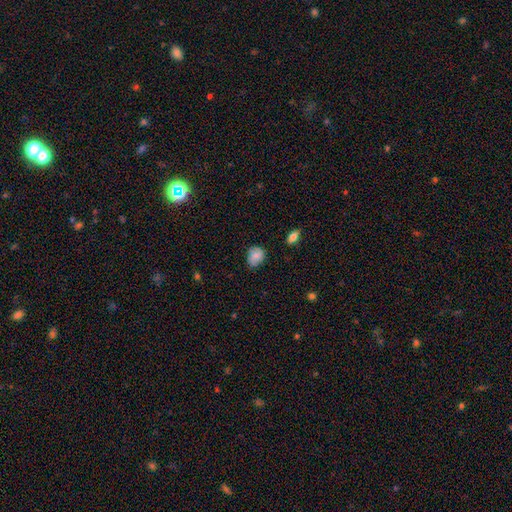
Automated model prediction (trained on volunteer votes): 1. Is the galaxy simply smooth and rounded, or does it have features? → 74% smooth, 17% featured or disk, 8% star or artifact.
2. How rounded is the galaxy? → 52% round, 47% in between, 1% cigar-shaped.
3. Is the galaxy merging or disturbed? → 62% none, 31% minor disturbance, 5% major disturbance, 2% merger.